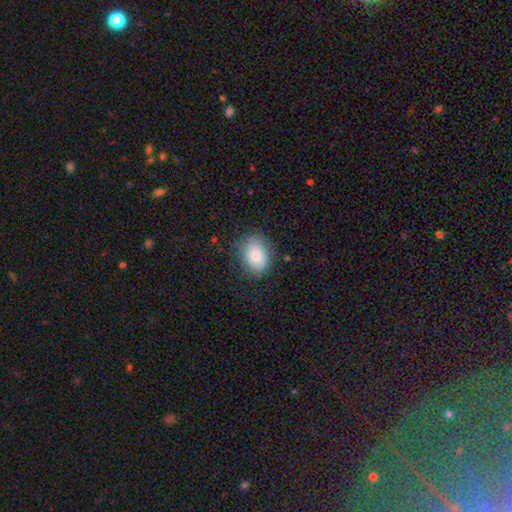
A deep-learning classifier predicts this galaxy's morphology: The model was most divided on "how rounded": in between: 72%, round: 27%, cigar-shaped: 1%. More confident: smooth or featured — smooth (79%); merging — none (77%).